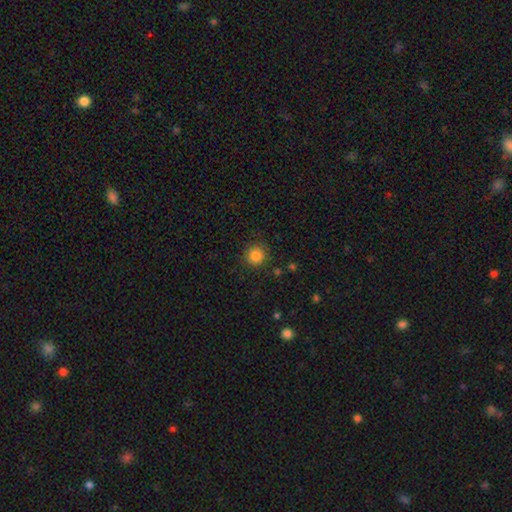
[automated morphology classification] smooth_or_featured: smooth (p=0.85) [alt: star or artifact p=0.11]
how_rounded: round (p=0.93) [alt: in between p=0.06]
merging: none (p=0.87) [alt: minor disturbance p=0.09]